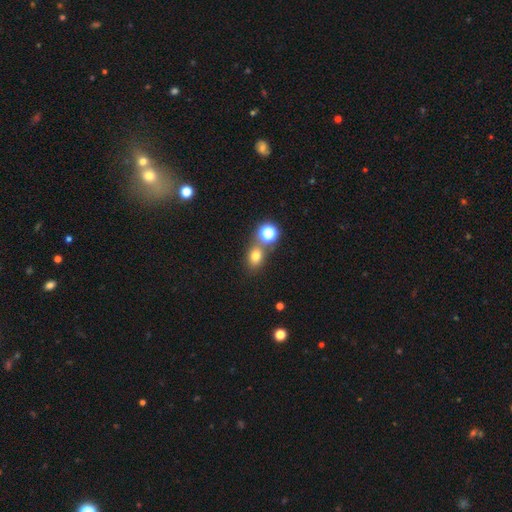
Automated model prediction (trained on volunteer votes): The model was most divided on "how rounded": in between: 53%, round: 45%, cigar-shaped: 2%. More confident: smooth or featured — smooth (73%); merging — none (65%).